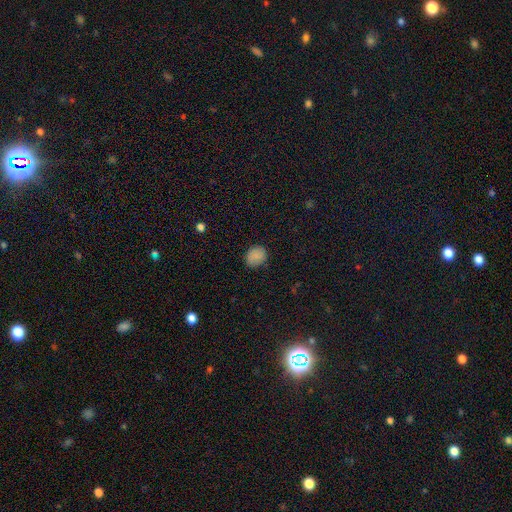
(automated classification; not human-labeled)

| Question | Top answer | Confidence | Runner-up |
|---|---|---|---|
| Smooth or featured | smooth | 86% | star or artifact (10%) |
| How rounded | round | 64% | in between (35%) |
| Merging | none | 85% | minor disturbance (12%) |